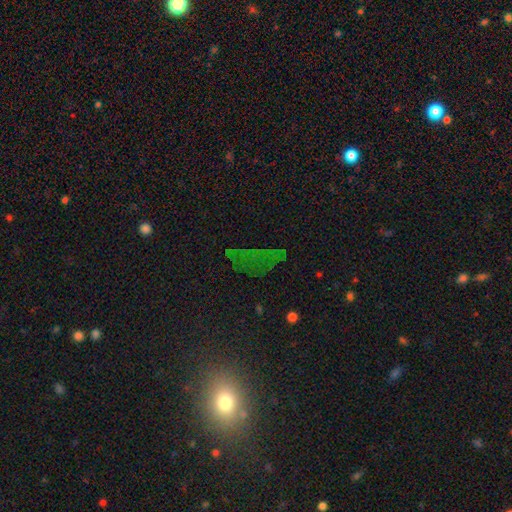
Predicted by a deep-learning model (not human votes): smooth_or_featured: star or artifact (p=0.49) [alt: smooth p=0.35]